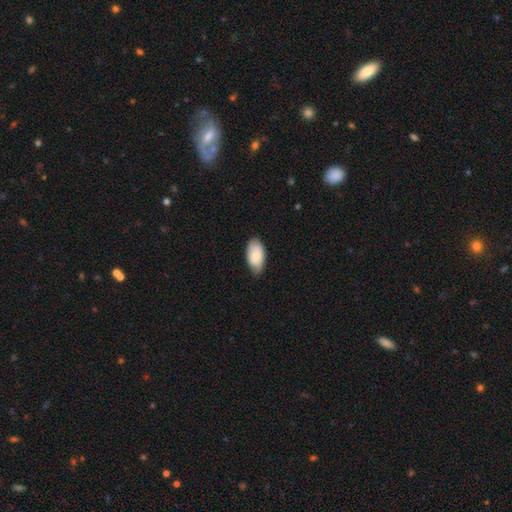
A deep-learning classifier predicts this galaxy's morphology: This appears to be a smooth galaxy with no disk features (79%) that is in between round and cigar-shaped (95%). Merging: none (73%).